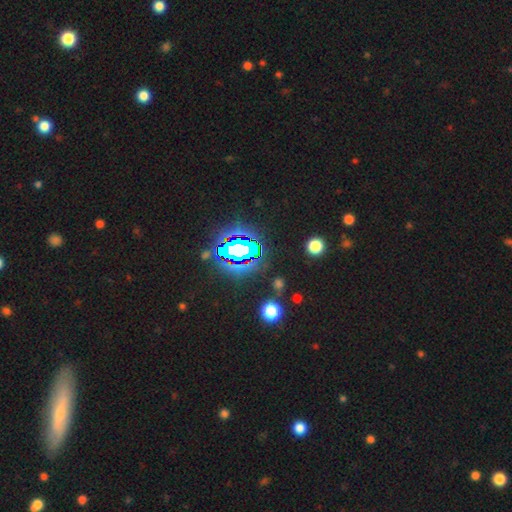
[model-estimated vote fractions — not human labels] A star or artifact, not a galaxy (82%).

Vote fractions:
- Smooth or featured? star or artifact: 82% / smooth: 11% / featured or disk: 7%